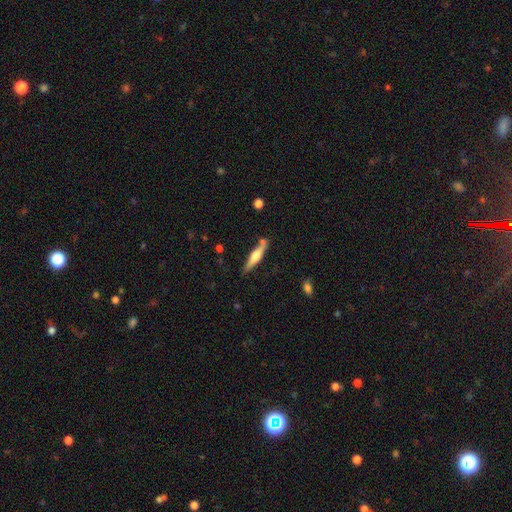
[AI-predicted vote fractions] smooth-or-featured: featured or disk: 53% | smooth: 41% | star or artifact: 6%
  disk-edge-on: yes: 95% | no: 5%
    edge-on-bulge: rounded: 86% | boxy: 9% | none: 5%
  merging: none: 77% | minor disturbance: 14% | merger: 7% | major disturbance: 3%